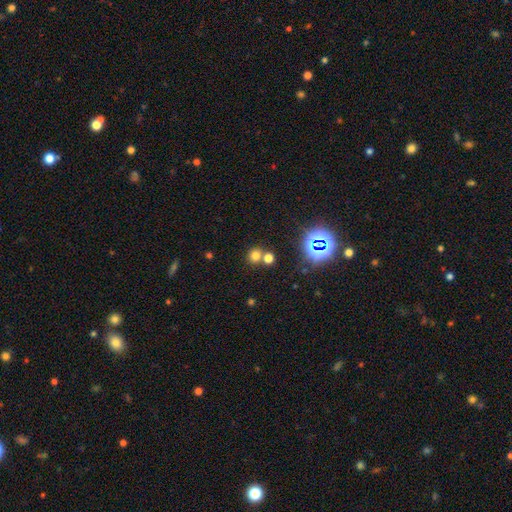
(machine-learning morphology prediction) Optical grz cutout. It shows a smooth galaxy with no disk features (68%) that is round (86%). Merging: none (59%).